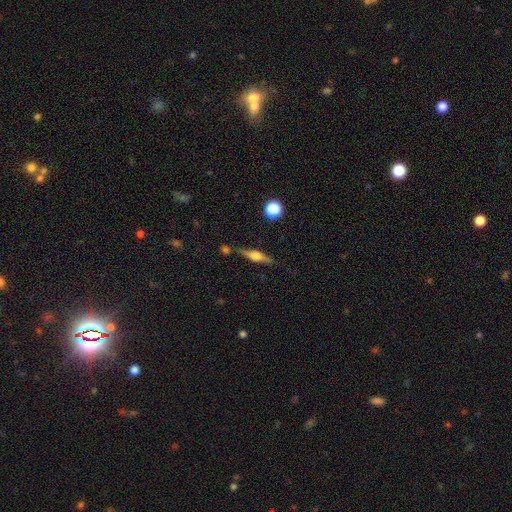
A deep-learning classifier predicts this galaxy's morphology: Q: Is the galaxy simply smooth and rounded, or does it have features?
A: featured or disk — 67%.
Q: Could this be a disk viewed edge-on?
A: yes — 96%.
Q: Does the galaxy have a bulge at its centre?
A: rounded — 88%.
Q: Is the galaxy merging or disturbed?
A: none — 80%.